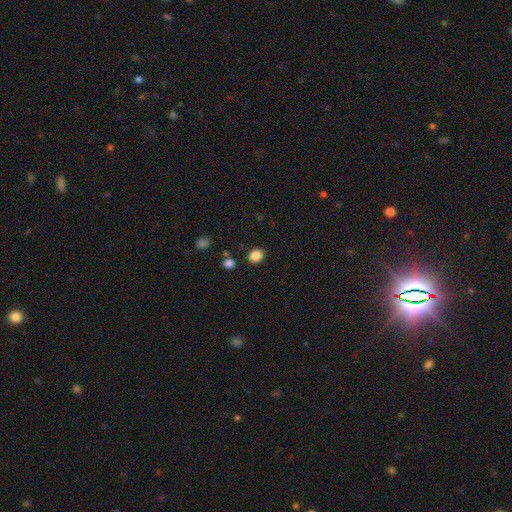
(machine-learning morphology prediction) type=smooth (86%); roundness=round (70%); merging=none (87%).